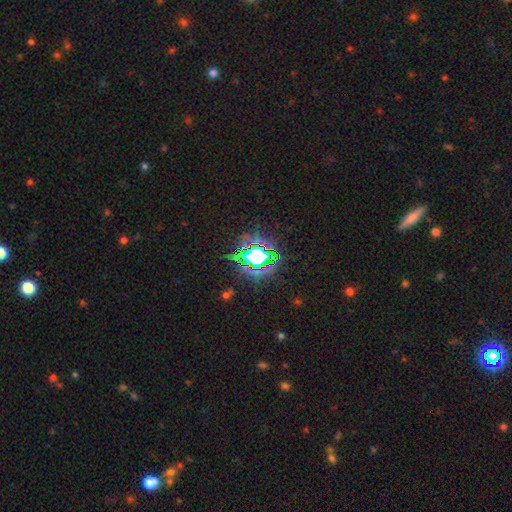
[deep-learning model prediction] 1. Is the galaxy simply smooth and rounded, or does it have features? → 70% star or artifact, 19% smooth, 12% featured or disk.